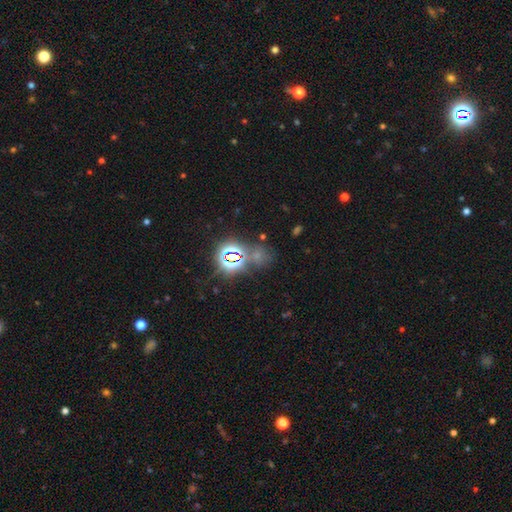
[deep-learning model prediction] Smooth or featured?
  - star or artifact: 71% *
  - smooth: 20%
  - featured or disk: 9%